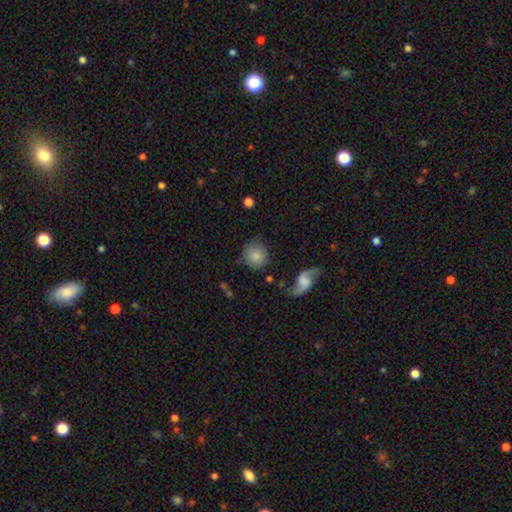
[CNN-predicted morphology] Overall: smooth (76%). How rounded: round (86%). Merging: none (76%).